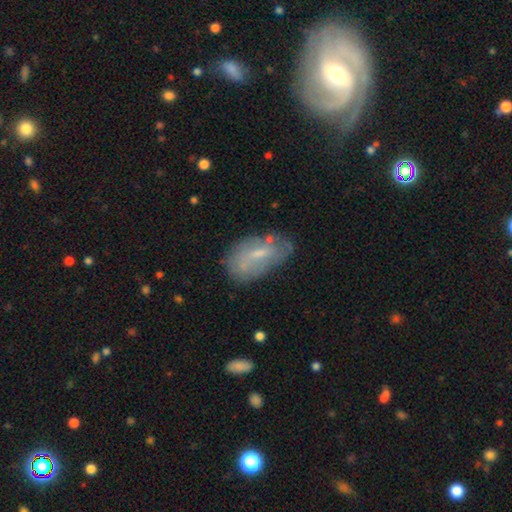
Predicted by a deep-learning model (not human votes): Smooth or featured? smooth (48%)
Merging? none (57%)